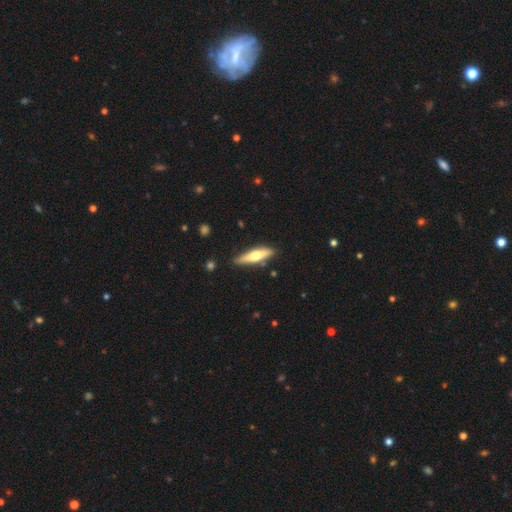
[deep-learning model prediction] Smooth or featured? Predicted: smooth (p=0.49). Merging? Predicted: none (p=0.84).